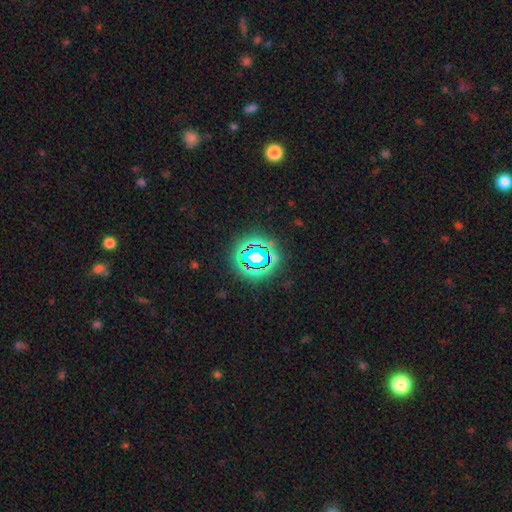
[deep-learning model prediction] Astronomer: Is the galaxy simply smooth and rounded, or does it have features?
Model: star or artifact — 72%.